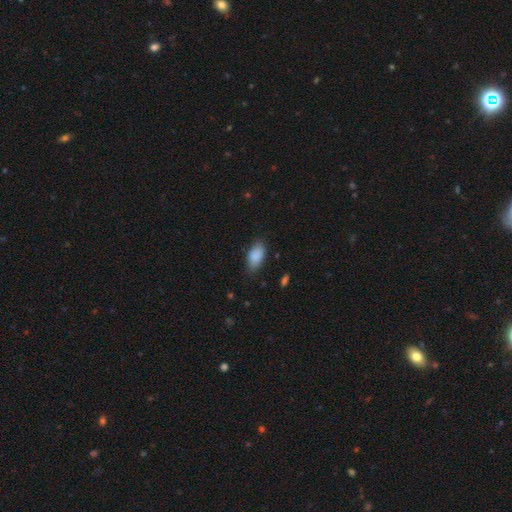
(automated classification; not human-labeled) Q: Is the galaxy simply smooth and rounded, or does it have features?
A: smooth — 88%.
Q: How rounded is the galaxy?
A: in between — 91%.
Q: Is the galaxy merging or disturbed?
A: none — 73%.